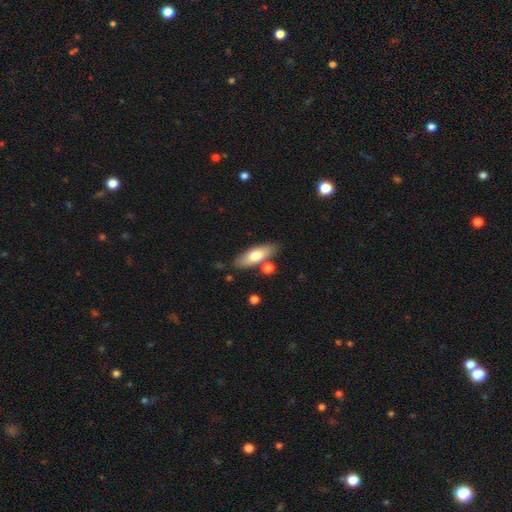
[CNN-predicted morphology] A smooth galaxy with no disk features (69%) that is in between round and cigar-shaped (60%). Merging: none (78%).